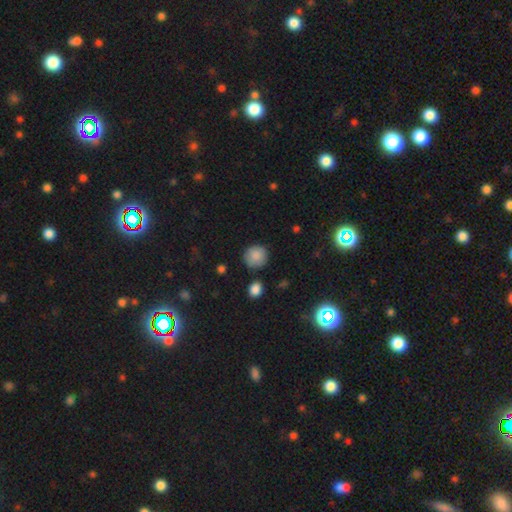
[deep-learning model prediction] This is clearly a smooth galaxy (85%). How rounded: clearly round (90%). Merging: likely none (78%).